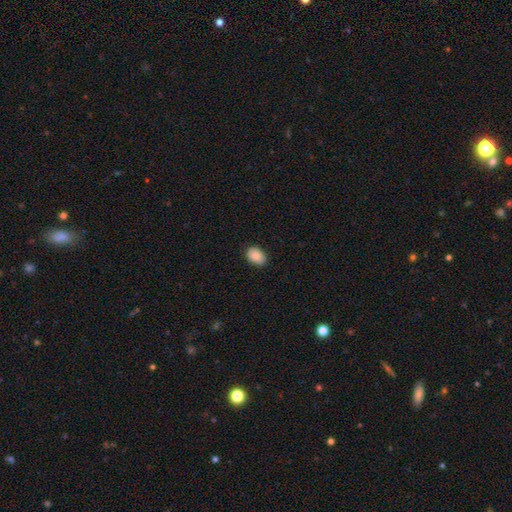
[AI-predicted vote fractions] Smooth or featured: smooth — 88% (star or artifact — 7%)
How rounded: in between — 78% (round — 21%)
Merging: none — 87% (minor disturbance — 10%)